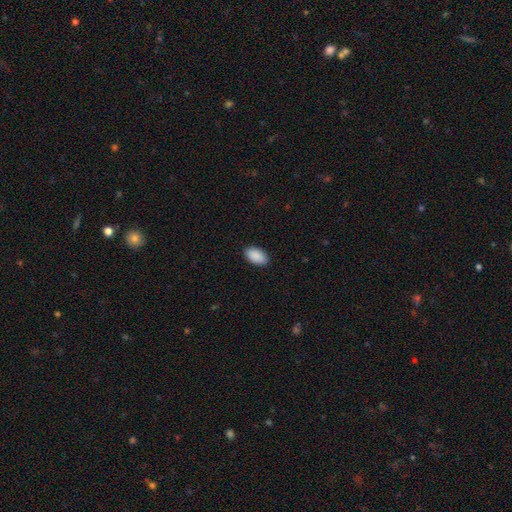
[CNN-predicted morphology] Smooth or featured? smooth (91%)
How rounded? in between (95%)
Merging? none (89%)